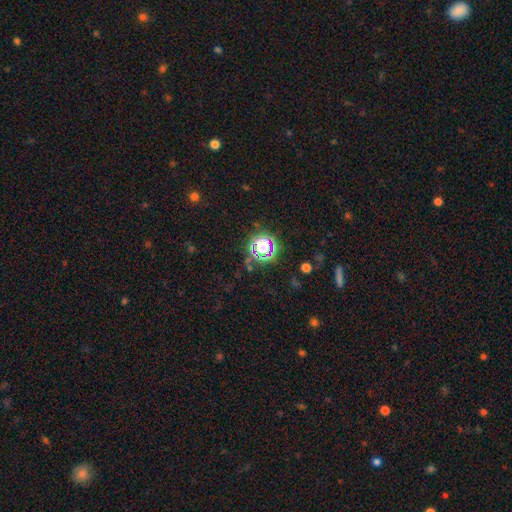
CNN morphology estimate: This is likely a star or artifact rather than a galaxy (74%).